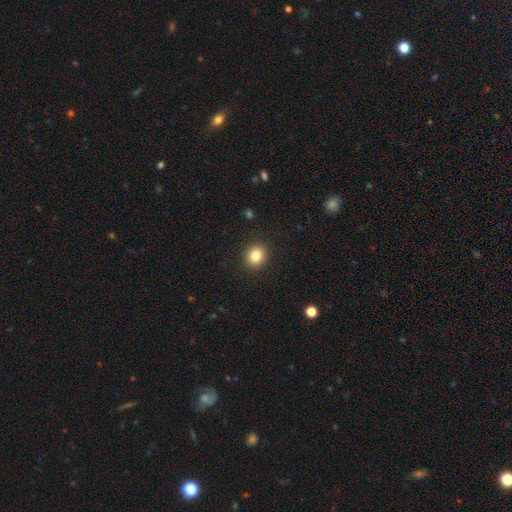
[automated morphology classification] This is clearly a smooth galaxy (83%). How rounded: likely round (72%). Merging: clearly none (90%).